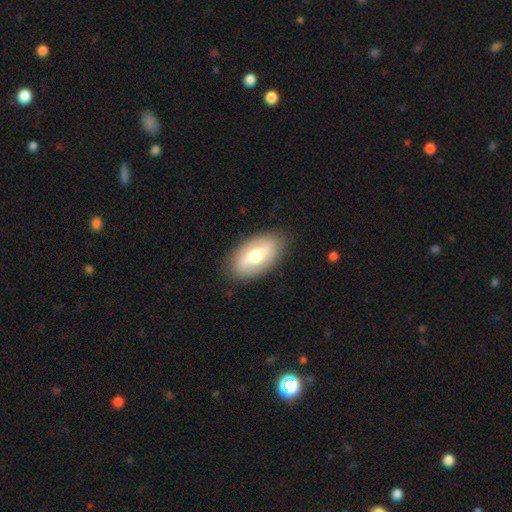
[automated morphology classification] type=smooth (53%); roundness=in between (93%); merging=none (86%).